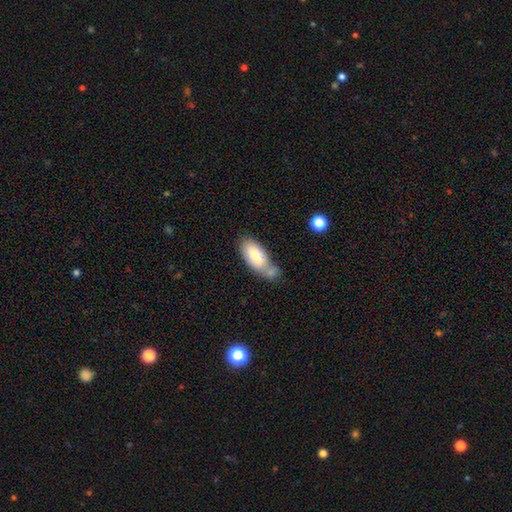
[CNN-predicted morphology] smooth 77%, featured or disk 17%, star or artifact 6%. Down the decision tree: how rounded — in between (88%); merging — none (38%).